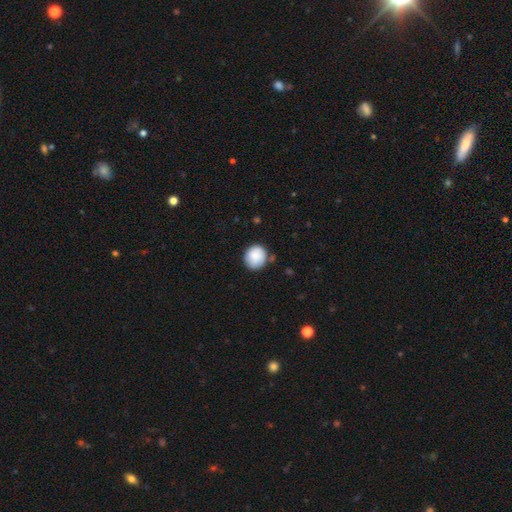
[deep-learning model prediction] smooth 84%, featured or disk 9%, star or artifact 7%. Down the decision tree: how rounded — round (83%); merging — none (76%).